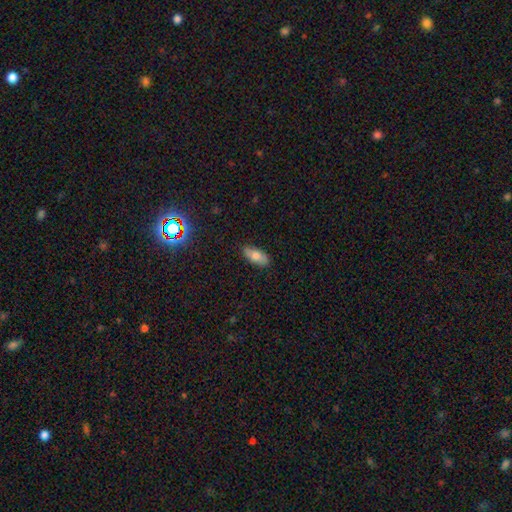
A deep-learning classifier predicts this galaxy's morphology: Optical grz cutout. It shows a smooth galaxy with no disk features (73%) that is in between round and cigar-shaped (86%). Merging: none (87%).